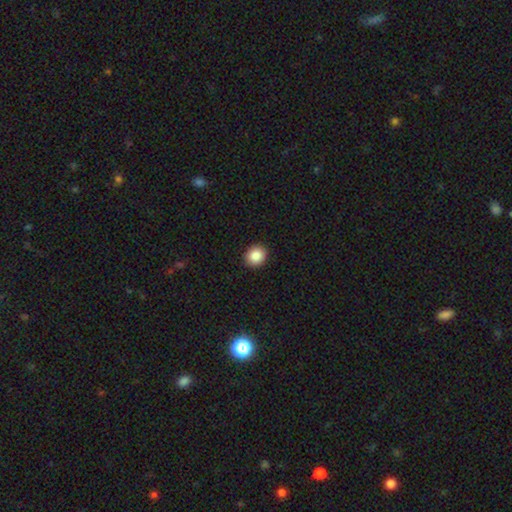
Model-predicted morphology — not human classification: smooth 87%, star or artifact 9%, featured or disk 4%. Down the decision tree: how rounded — round (80%); merging — none (92%).